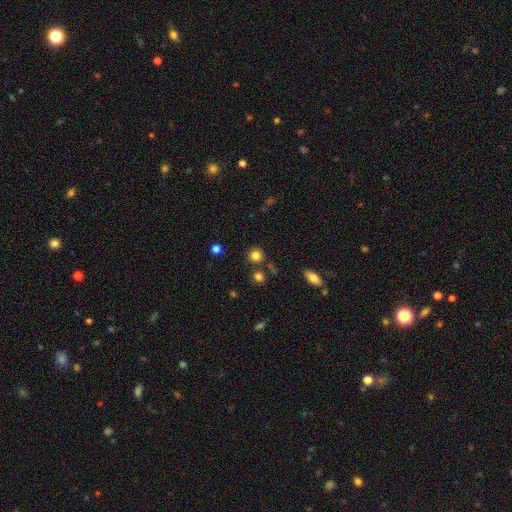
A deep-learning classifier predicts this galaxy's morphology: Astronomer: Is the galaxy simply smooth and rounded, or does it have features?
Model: smooth — 82%.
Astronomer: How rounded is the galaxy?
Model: round — 91%.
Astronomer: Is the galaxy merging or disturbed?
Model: none — 82%.